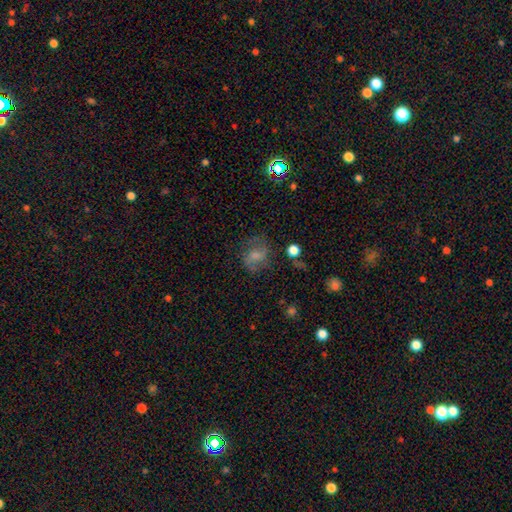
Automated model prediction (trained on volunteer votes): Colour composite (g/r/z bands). It shows a smooth galaxy with no disk features (55%) that is in between round and cigar-shaped (51%). Merging: none (62%).